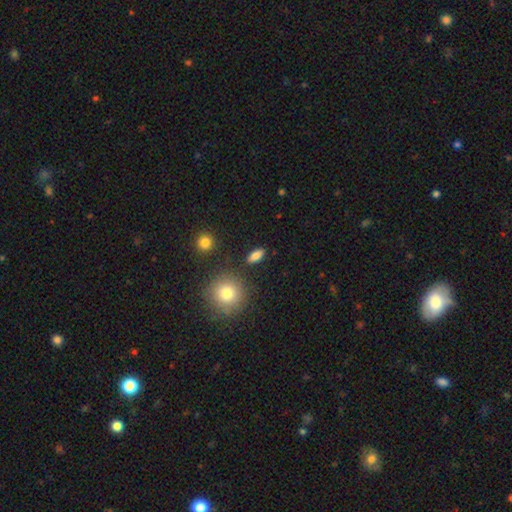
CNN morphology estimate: Smooth or featured?
  - smooth: 82% *
  - star or artifact: 9%
  - featured or disk: 9%
How rounded?
  - in between: 79% *
  - cigar-shaped: 13%
  - round: 8%
Merging?
  - none: 87% *
  - minor disturbance: 8%
  - merger: 2%
  - major disturbance: 2%